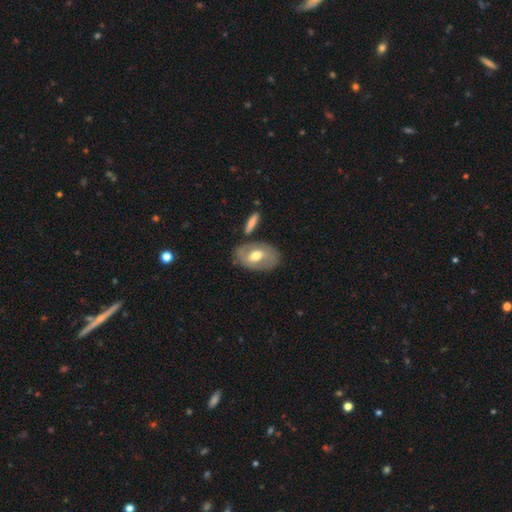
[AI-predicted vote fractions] Smooth or featured: featured or disk — 50% (smooth — 44%)
Edge-on disk: no — 90% (yes — 10%)
Merging: none — 73% (minor disturbance — 15%)